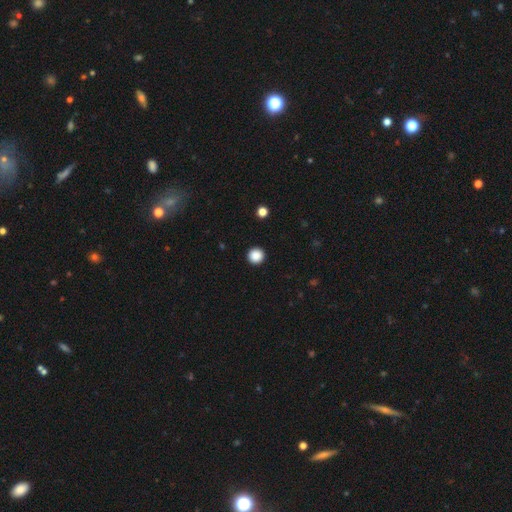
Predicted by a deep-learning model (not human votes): A smooth galaxy with no disk features (88%) that is round (96%).

Vote fractions:
- Smooth or featured? smooth: 88% / star or artifact: 10% / featured or disk: 2%
- How rounded? round: 96% / in between: 3% / cigar-shaped: 1%
- Merging? none: 94% / minor disturbance: 4% / major disturbance: 2% / merger: 1%